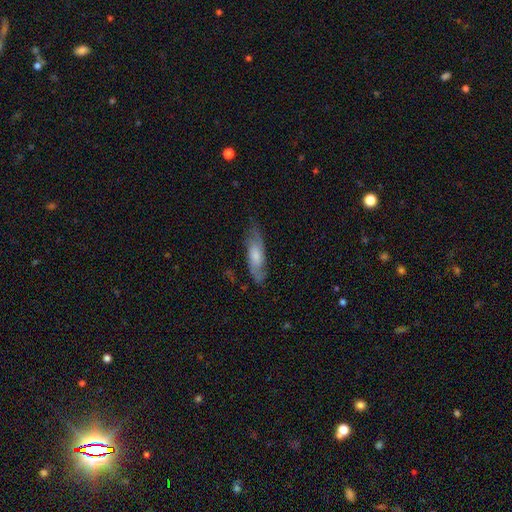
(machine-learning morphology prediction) This is possibly a featured or disk galaxy (57%). It is likely not viewed edge-on (76%). Merging: likely none (73%).